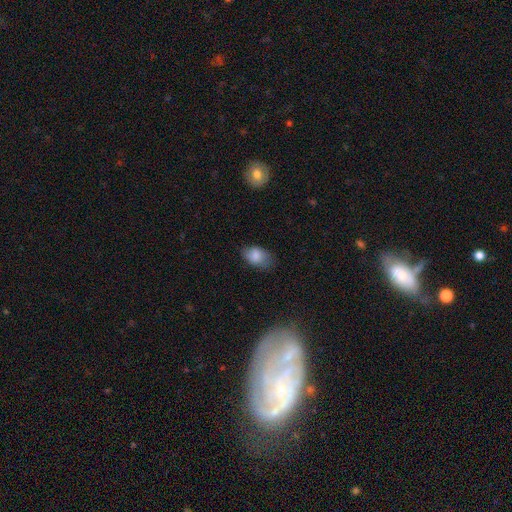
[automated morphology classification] Smooth or featured?
  - smooth: 83% *
  - featured or disk: 9%
  - star or artifact: 8%
How rounded?
  - in between: 87% *
  - round: 11%
  - cigar-shaped: 1%
Merging?
  - none: 69% *
  - minor disturbance: 24%
  - major disturbance: 6%
  - merger: 1%